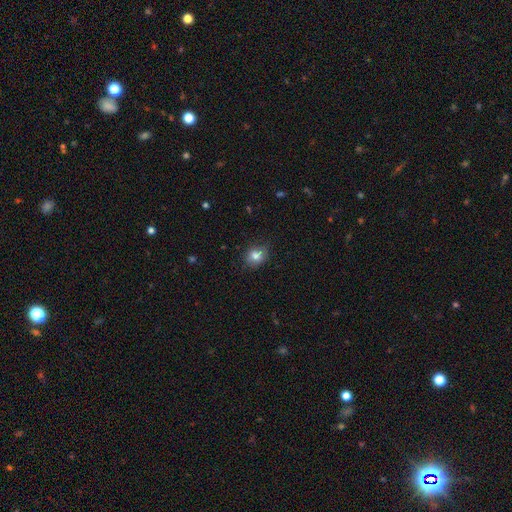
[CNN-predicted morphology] Overall: smooth (80%). How rounded: round (58%; in between 41%). Merging: none (77%).